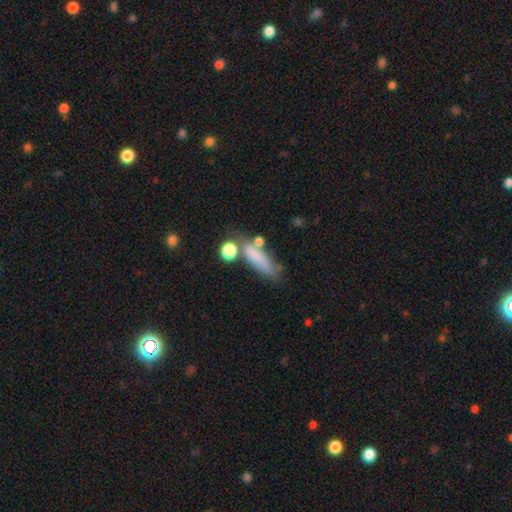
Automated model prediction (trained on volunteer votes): Morphology: type=smooth (74%); roundness=cigar-shaped (49%); merging=none (48%).